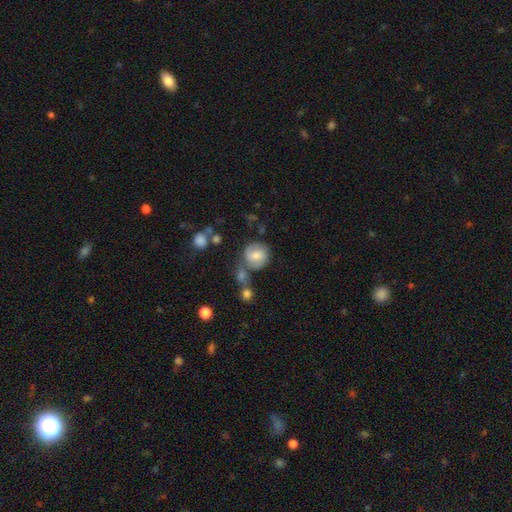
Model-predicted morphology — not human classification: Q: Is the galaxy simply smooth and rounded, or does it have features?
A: smooth — 57%.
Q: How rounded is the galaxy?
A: round — 84%.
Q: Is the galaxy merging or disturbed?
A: none — 57%.